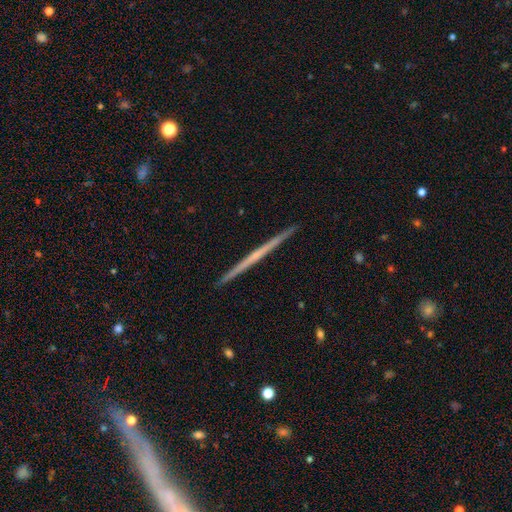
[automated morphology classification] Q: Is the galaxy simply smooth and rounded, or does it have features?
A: featured or disk — 69%.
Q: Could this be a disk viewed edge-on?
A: yes — 98%.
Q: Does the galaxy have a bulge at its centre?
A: none — 81%.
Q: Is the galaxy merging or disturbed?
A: none — 93%.